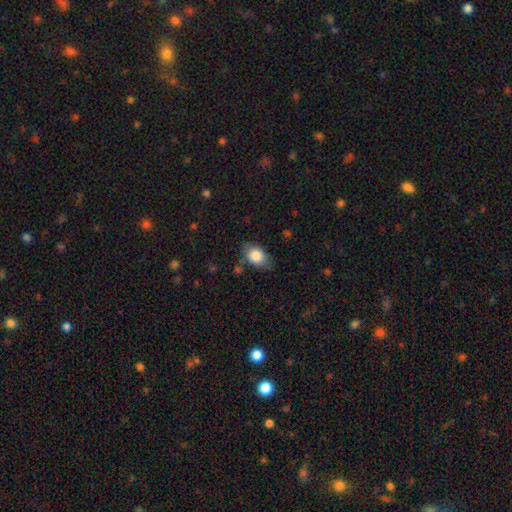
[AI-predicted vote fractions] Q: Smooth or featured?
A: smooth (84%); runner-up: featured or disk (9%)
Q: How rounded?
A: in between (82%); runner-up: round (17%)
Q: Merging?
A: none (67%); runner-up: minor disturbance (23%)